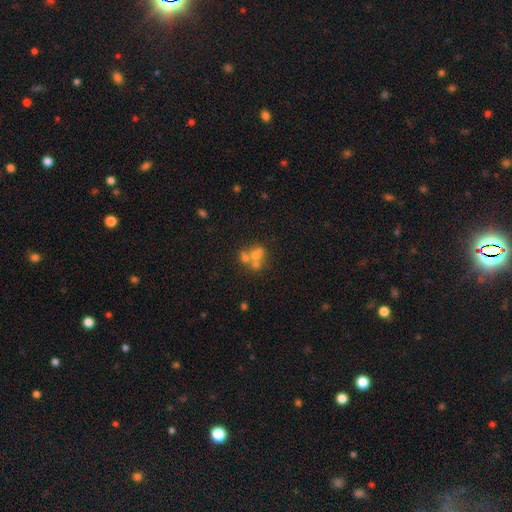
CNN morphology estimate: Q: Smooth or featured?
A: smooth (49%); runner-up: featured or disk (31%)
Q: Merging?
A: merger (55%); runner-up: none (32%)